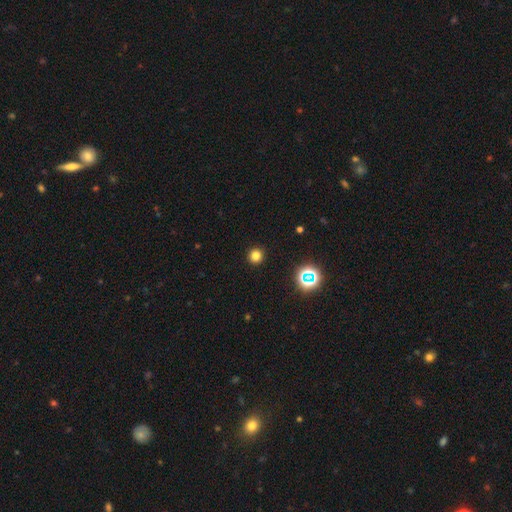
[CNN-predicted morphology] The model was most divided on "smooth or featured": smooth: 77%, star or artifact: 18%, featured or disk: 5%. More confident: how rounded — round (94%); merging — none (93%).